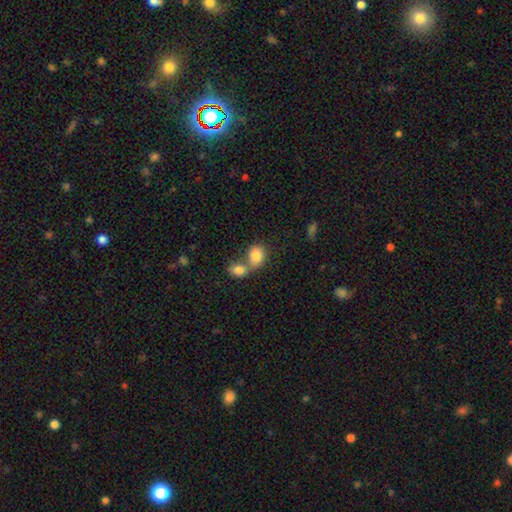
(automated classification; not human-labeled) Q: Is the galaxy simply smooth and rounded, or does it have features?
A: smooth — 83%.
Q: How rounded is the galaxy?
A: in between — 56%.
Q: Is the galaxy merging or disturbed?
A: merger — 56%.